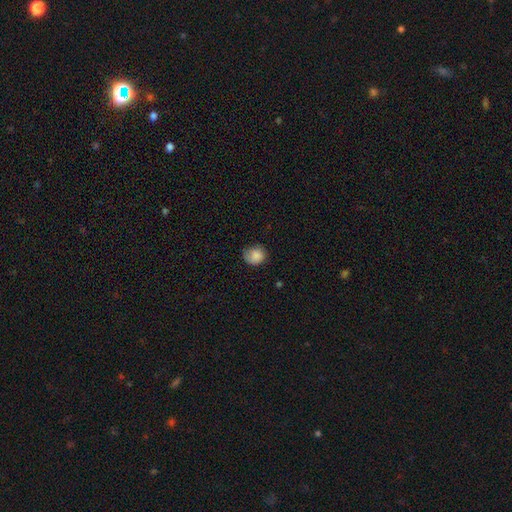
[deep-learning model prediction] Q: Smooth or featured?
A: smooth (85%); runner-up: star or artifact (8%)
Q: How rounded?
A: round (76%); runner-up: in between (23%)
Q: Merging?
A: none (61%); runner-up: minor disturbance (30%)